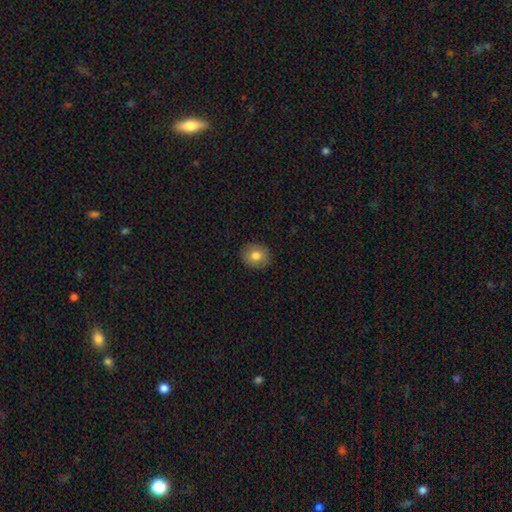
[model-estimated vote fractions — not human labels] Smooth or featured? smooth (78%)
How rounded? round (66%)
Merging? none (89%)